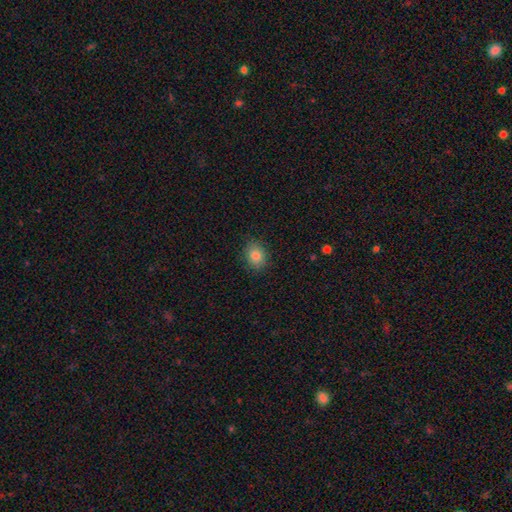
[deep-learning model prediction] Smooth or featured? smooth (83%)
How rounded? round (55%)
Merging? none (87%)